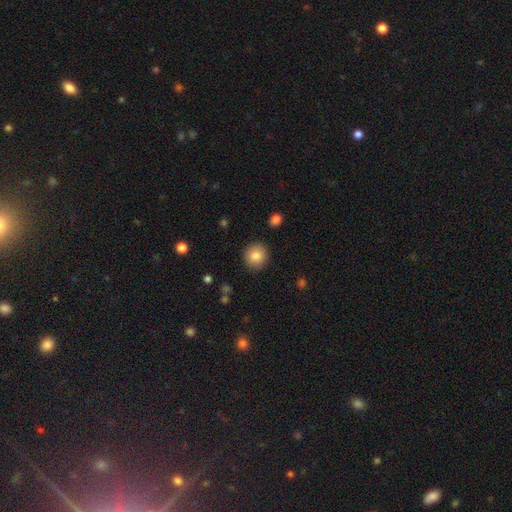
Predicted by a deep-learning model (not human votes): A smooth galaxy with no disk features (84%) that is round (90%). Merging: none (90%).